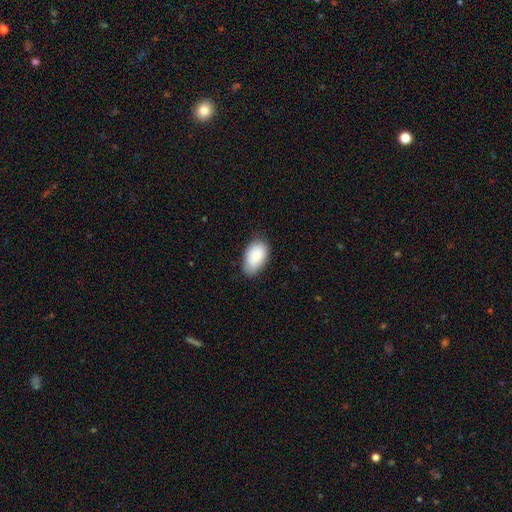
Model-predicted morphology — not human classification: A smooth galaxy with no disk features (85%) that is in between round and cigar-shaped (93%).

Vote fractions:
- Smooth or featured? smooth: 85% / featured or disk: 8% / star or artifact: 6%
- How rounded? in between: 93% / round: 6% / cigar-shaped: 1%
- Merging? none: 71% / minor disturbance: 24% / major disturbance: 4% / merger: 1%